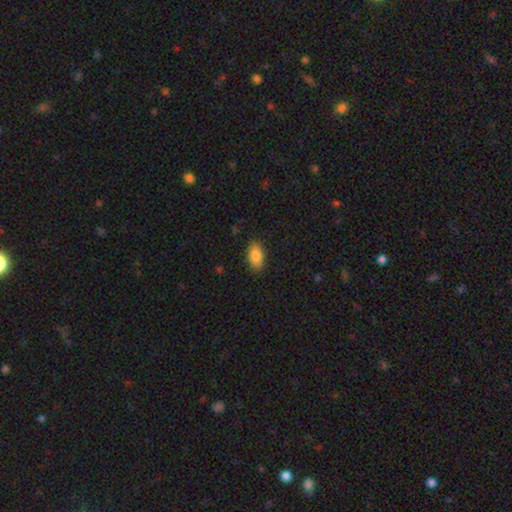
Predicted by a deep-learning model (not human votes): Smooth or featured: smooth — 85% (featured or disk — 8%)
How rounded: in between — 92% (round — 4%)
Merging: none — 86% (minor disturbance — 11%)